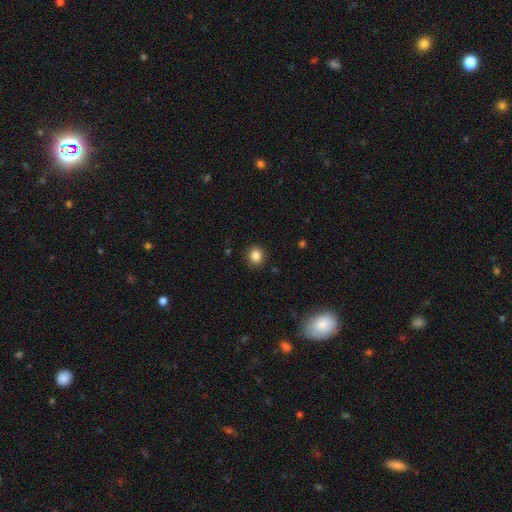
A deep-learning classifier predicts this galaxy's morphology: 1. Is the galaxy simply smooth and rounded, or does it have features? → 85% smooth, 11% star or artifact, 4% featured or disk.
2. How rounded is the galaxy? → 85% round, 14% in between, 1% cigar-shaped.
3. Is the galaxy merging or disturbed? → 91% none, 6% minor disturbance, 2% major disturbance, 1% merger.